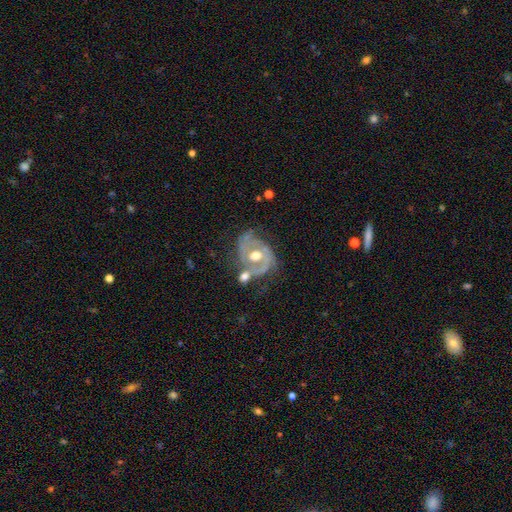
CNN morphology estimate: smooth_or_featured: featured or disk (p=0.82) [alt: smooth p=0.13]
disk_edge_on: no (p=0.97) [alt: yes p=0.03]
bar: no (p=0.66) [alt: weak p=0.26]
has_spiral_arms: yes (p=0.81) [alt: no p=0.19]
spiral_winding: tight (p=0.48) [alt: medium p=0.38]
spiral_arm_count: 2 (p=0.63) [alt: can't tell p=0.18]
bulge_size: moderate (p=0.79) [alt: small p=0.10]
merging: none (p=0.47) [alt: minor disturbance p=0.23]